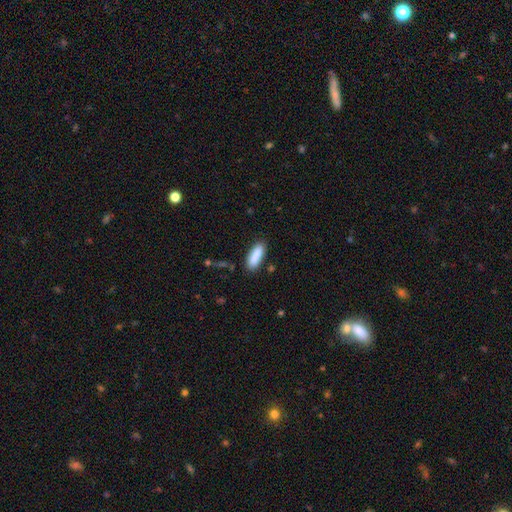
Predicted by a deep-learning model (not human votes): The model was most divided on "how rounded": in between: 59%, cigar-shaped: 39%, round: 2%. More confident: smooth or featured — smooth (87%); merging — none (81%).